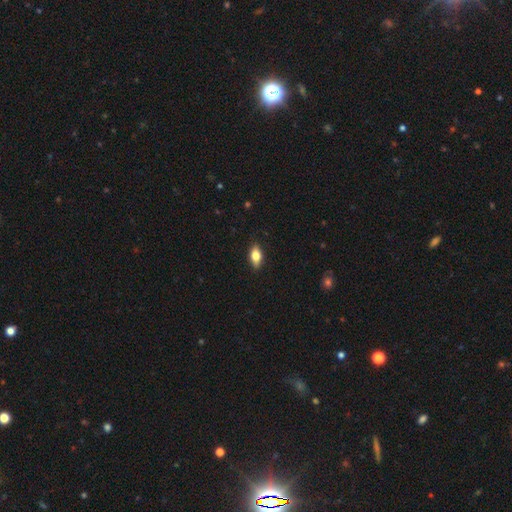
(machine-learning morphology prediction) Overall: smooth (69%). How rounded: in between (83%). Merging: none (87%).